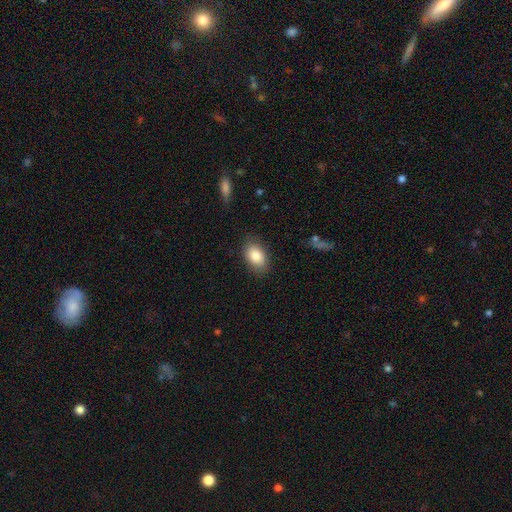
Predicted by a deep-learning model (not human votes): Smooth or featured: smooth — 86% (featured or disk — 7%)
How rounded: in between — 89% (round — 10%)
Merging: none — 84% (minor disturbance — 12%)